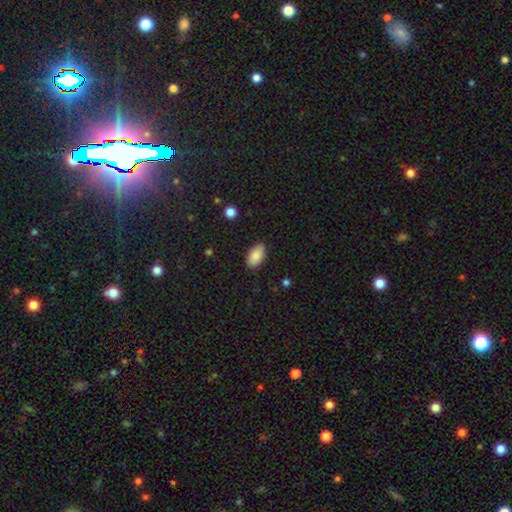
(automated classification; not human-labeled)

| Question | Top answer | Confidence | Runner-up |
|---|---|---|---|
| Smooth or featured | smooth | 88% | star or artifact (7%) |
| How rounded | in between | 94% | round (4%) |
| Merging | none | 86% | minor disturbance (10%) |